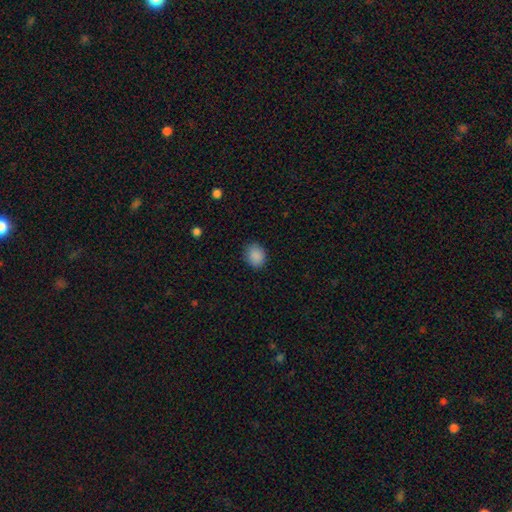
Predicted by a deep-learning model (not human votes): Overall: smooth (88%). How rounded: round (59%; in between 40%). Merging: none (86%).